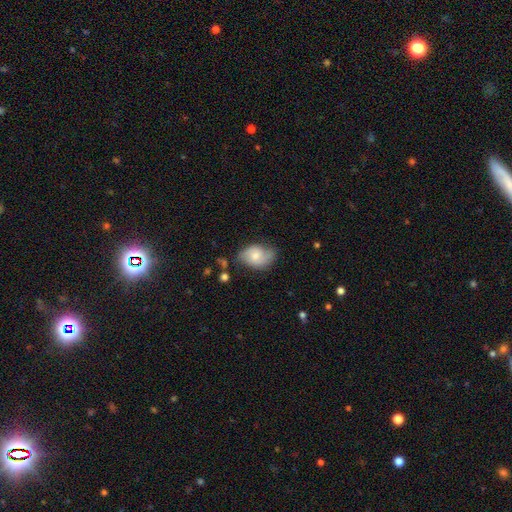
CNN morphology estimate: Smooth or featured? Predicted: smooth (p=0.52). How rounded? Predicted: in between (p=0.79). Merging? Predicted: none (p=0.59).